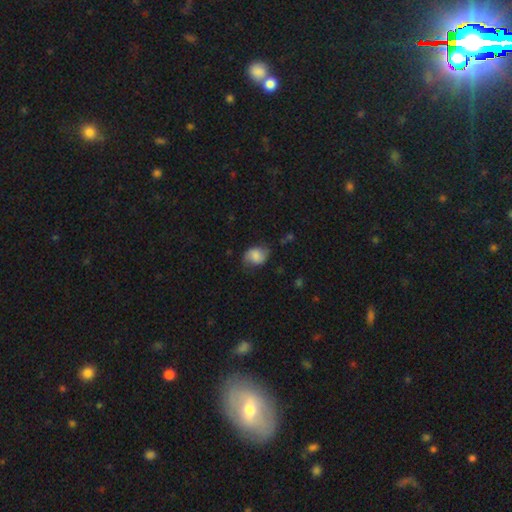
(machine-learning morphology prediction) A smooth galaxy with no disk features (62%) that is in between round and cigar-shaped (57%).

Vote fractions:
- Smooth or featured? smooth: 62% / featured or disk: 29% / star or artifact: 9%
- How rounded? in between: 57% / round: 42% / cigar-shaped: 1%
- Merging? none: 63% / minor disturbance: 27% / major disturbance: 9% / merger: 2%